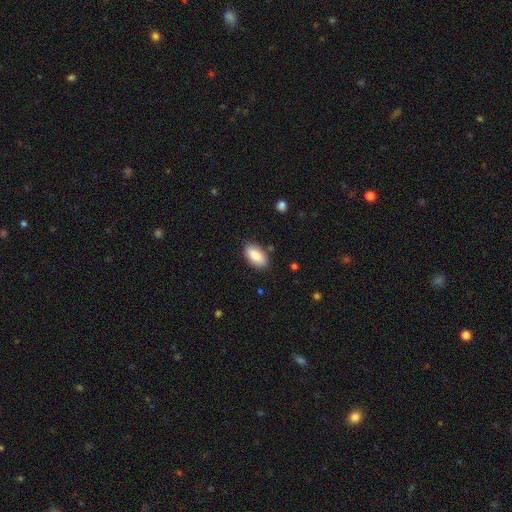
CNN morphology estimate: This is clearly a smooth galaxy (83%). How rounded: clearly in between (93%). Merging: clearly none (84%).